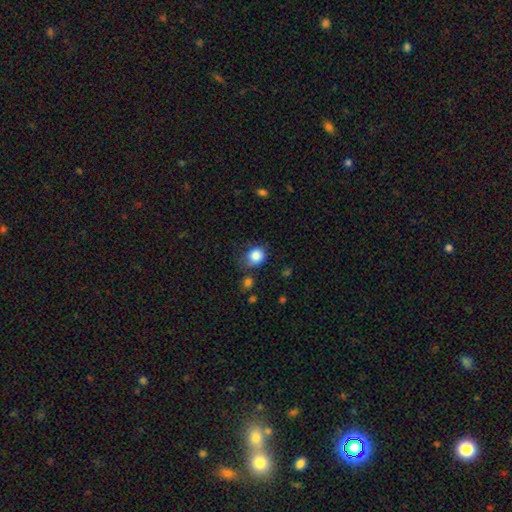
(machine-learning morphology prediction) This is clearly a smooth galaxy (84%). How rounded: likely round (65%). Merging: possibly none (57%).